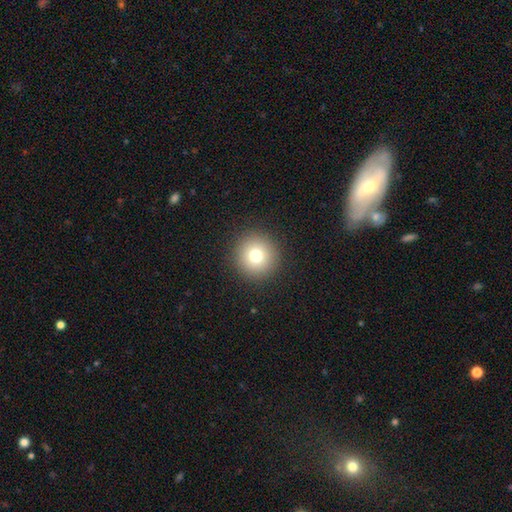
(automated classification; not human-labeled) Overall: smooth (76%). How rounded: round (96%). Merging: none (92%).